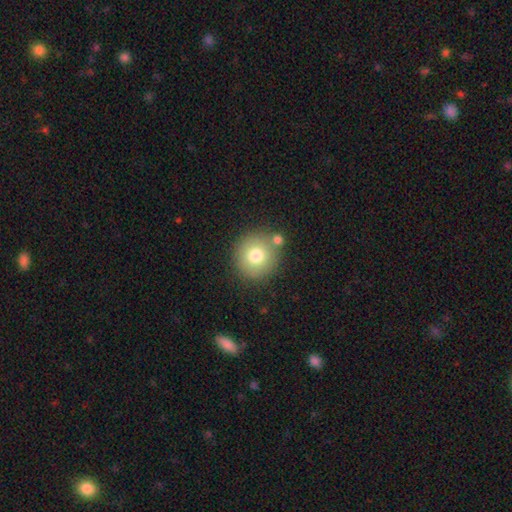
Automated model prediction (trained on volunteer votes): Smooth or featured: smooth — 75% (featured or disk — 14%)
How rounded: round — 93% (in between — 6%)
Merging: none — 77% (merger — 10%)